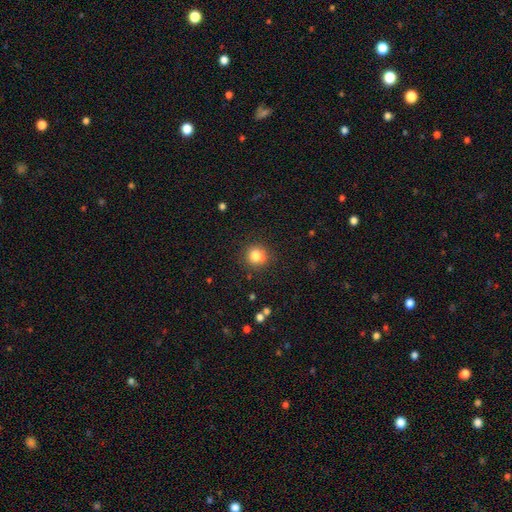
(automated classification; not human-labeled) Smooth or featured? smooth (81%)
How rounded? round (92%)
Merging? none (82%)